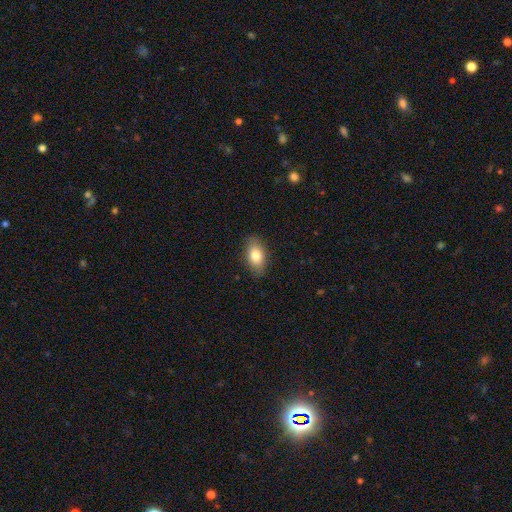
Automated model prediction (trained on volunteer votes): Smooth or featured? Predicted: smooth (p=0.81). How rounded? Predicted: in between (p=0.90). Merging? Predicted: none (p=0.86).